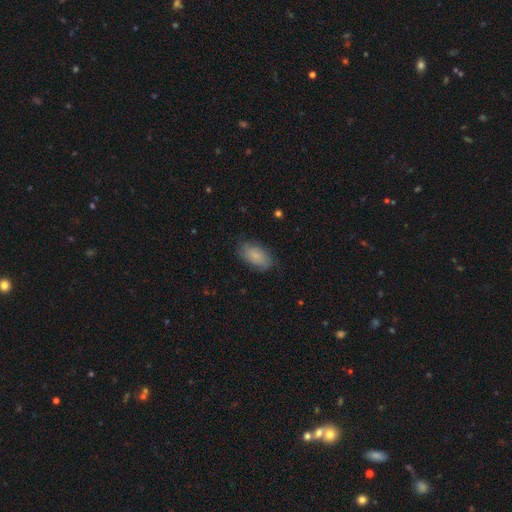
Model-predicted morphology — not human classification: Smooth or featured? smooth (78%)
How rounded? in between (93%)
Merging? none (78%)